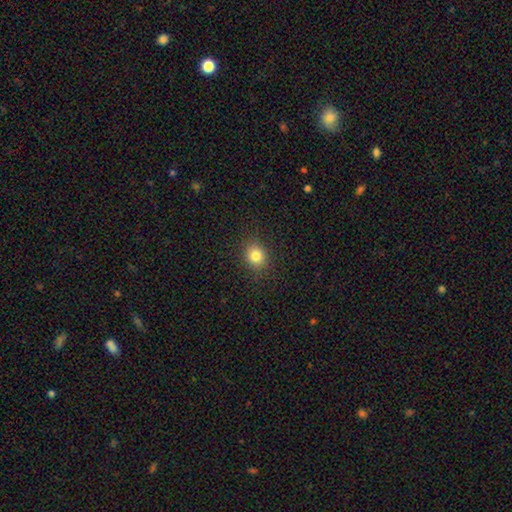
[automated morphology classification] The model was most divided on "how rounded": round: 68%, in between: 31%, cigar-shaped: 1%. More confident: merging — none (88%); smooth or featured — smooth (82%).